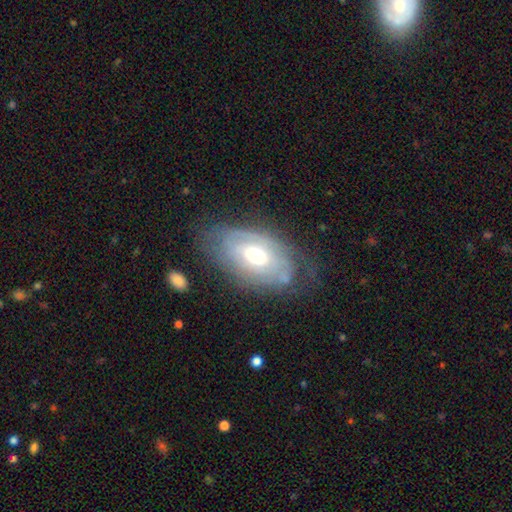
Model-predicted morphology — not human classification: type=featured or disk (71%); edge-on=no (91%); bar=no (58%); spiral arms=yes (71%); bulge=moderate (70%); merging=none (63%).